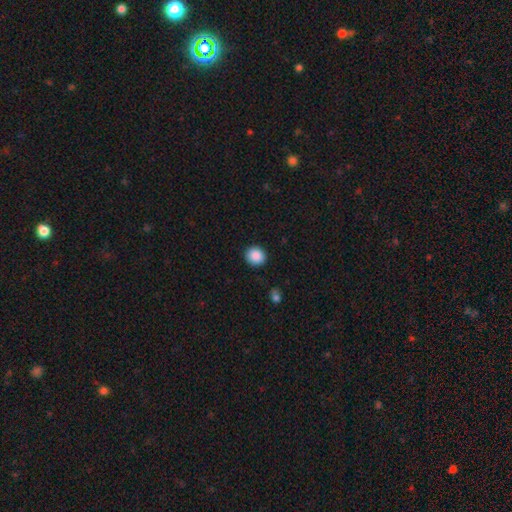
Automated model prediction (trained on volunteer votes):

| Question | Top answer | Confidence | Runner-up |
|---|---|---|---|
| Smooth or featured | smooth | 89% | star or artifact (8%) |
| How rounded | round | 81% | in between (18%) |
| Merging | none | 90% | minor disturbance (7%) |